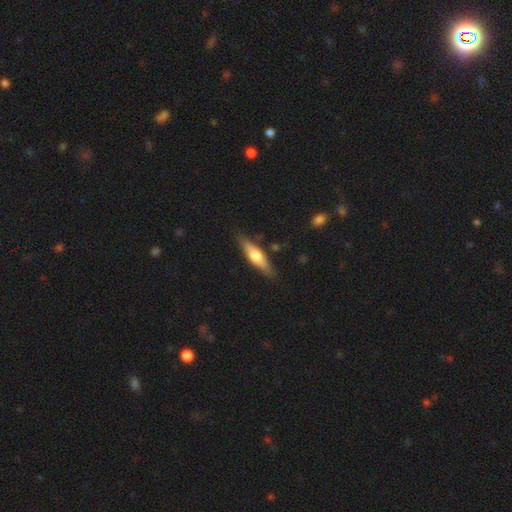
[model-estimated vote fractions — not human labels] featured or disk 47% (tied), smooth 47% (tied), star or artifact 5%. Down the decision tree: merging — none (84%).